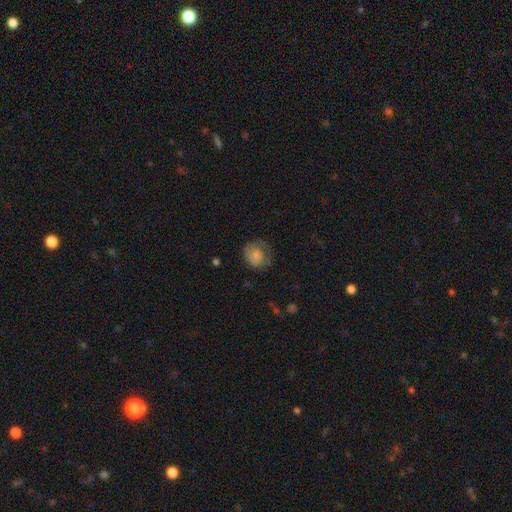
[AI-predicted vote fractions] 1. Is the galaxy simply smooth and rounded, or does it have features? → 73% smooth, 18% featured or disk, 9% star or artifact.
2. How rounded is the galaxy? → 68% round, 31% in between, 1% cigar-shaped.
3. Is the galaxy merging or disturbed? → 47% none, 28% minor disturbance, 24% major disturbance, 2% merger.